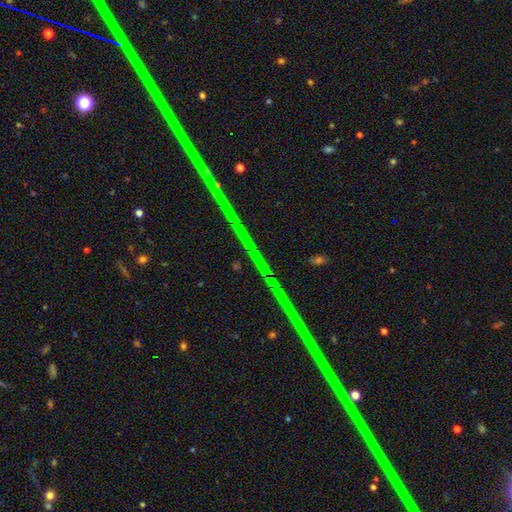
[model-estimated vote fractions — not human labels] Q: Smooth or featured?
A: star or artifact (90%); runner-up: featured or disk (6%)